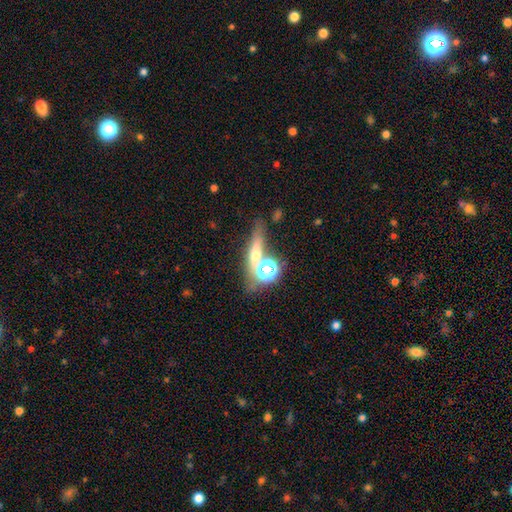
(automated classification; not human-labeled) smooth-or-featured: smooth: 46% | featured or disk: 31% | star or artifact: 23%
  merging: none: 57% | merger: 23% | minor disturbance: 12% | major disturbance: 8%